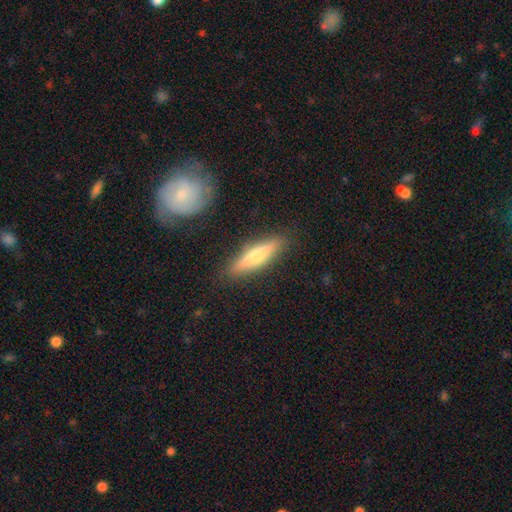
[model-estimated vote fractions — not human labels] Smooth or featured?
  - featured or disk: 48% *
  - smooth: 46%
  - star or artifact: 6%
Merging?
  - none: 87% *
  - minor disturbance: 9%
  - major disturbance: 2%
  - merger: 2%